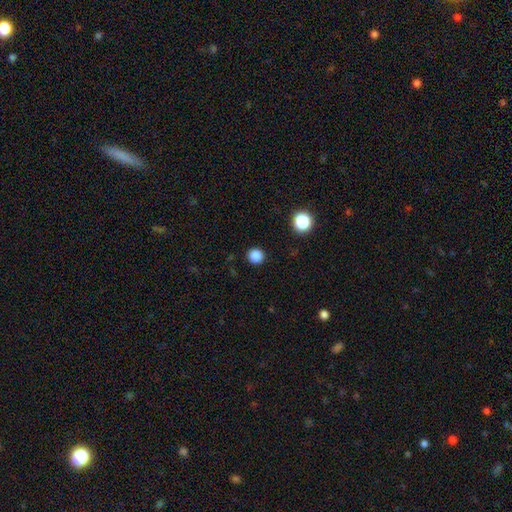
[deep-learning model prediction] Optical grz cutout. It shows a smooth galaxy with no disk features (85%) that is round (94%). Merging: none (92%).